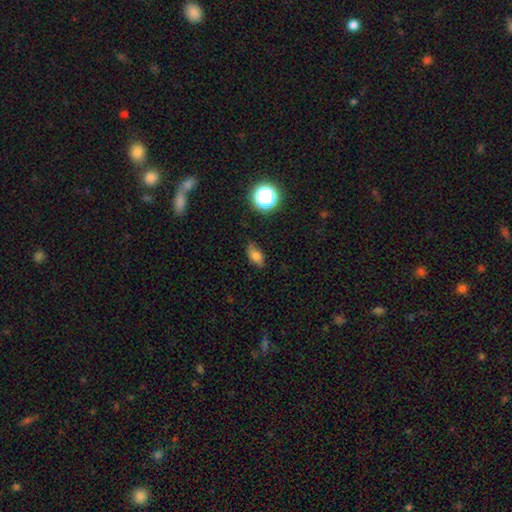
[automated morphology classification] A smooth galaxy with no disk features (75%) that is in between round and cigar-shaped (79%).

Vote fractions:
- Smooth or featured? smooth: 75% / star or artifact: 13% / featured or disk: 11%
- How rounded? in between: 79% / round: 13% / cigar-shaped: 9%
- Merging? none: 68% / minor disturbance: 24% / major disturbance: 6% / merger: 2%